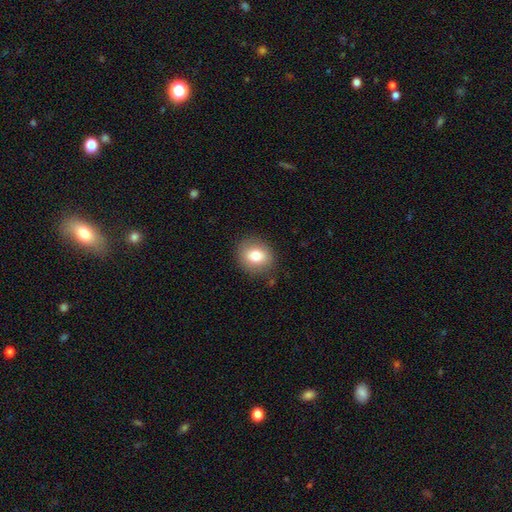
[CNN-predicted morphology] smooth 76%, featured or disk 15%, star or artifact 9%. Down the decision tree: how rounded — round (63%); merging — none (84%).